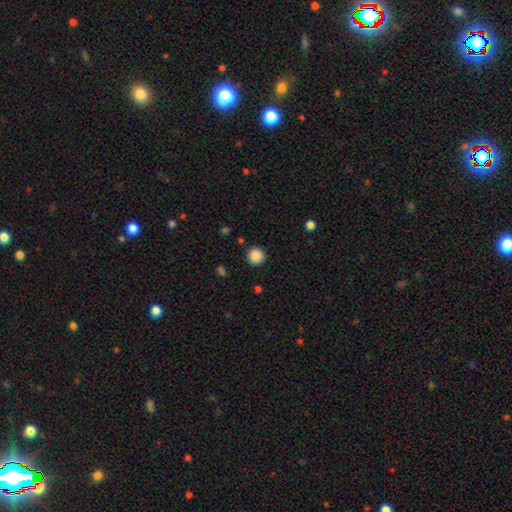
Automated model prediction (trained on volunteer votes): Q: Smooth or featured?
A: smooth (88%); runner-up: star or artifact (10%)
Q: How rounded?
A: round (95%); runner-up: in between (4%)
Q: Merging?
A: none (91%); runner-up: minor disturbance (6%)